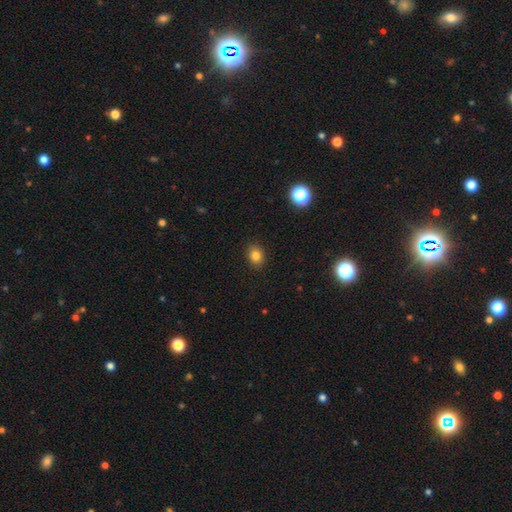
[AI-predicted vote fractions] Smooth or featured? smooth (82%)
How rounded? round (52%)
Merging? none (89%)